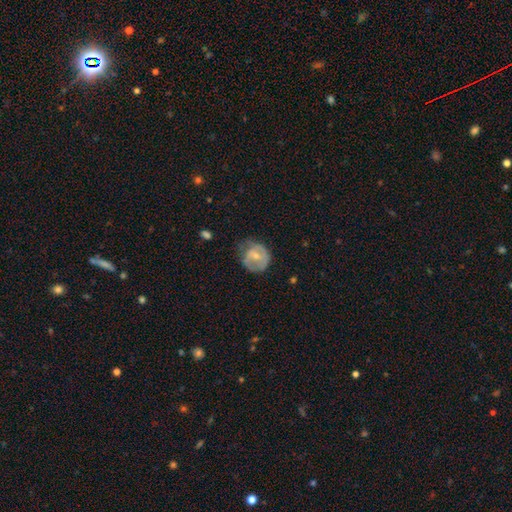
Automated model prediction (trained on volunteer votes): Smooth or featured? smooth (48%)
Merging? none (47%)